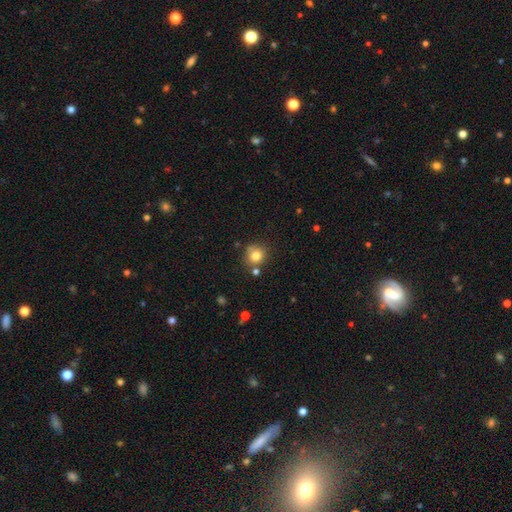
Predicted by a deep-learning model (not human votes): Smooth or featured? Predicted: smooth (p=0.79). How rounded? Predicted: round (p=0.87). Merging? Predicted: none (p=0.72).